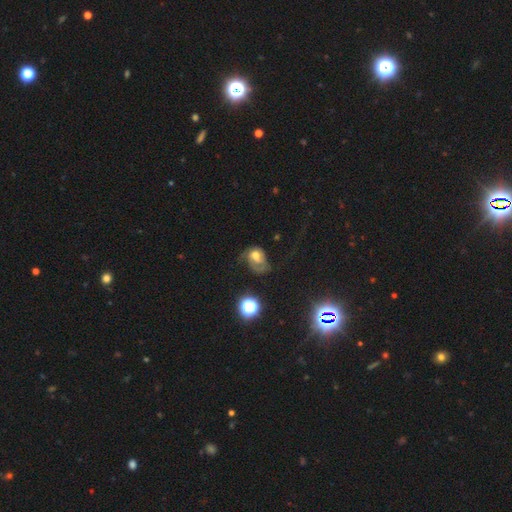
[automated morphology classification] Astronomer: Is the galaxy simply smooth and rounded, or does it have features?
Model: featured or disk — 52% (runner-up: smooth, 34%).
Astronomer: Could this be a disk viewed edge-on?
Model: no — 97%.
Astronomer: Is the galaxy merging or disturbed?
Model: major disturbance — 42% (runner-up: none, 29%).